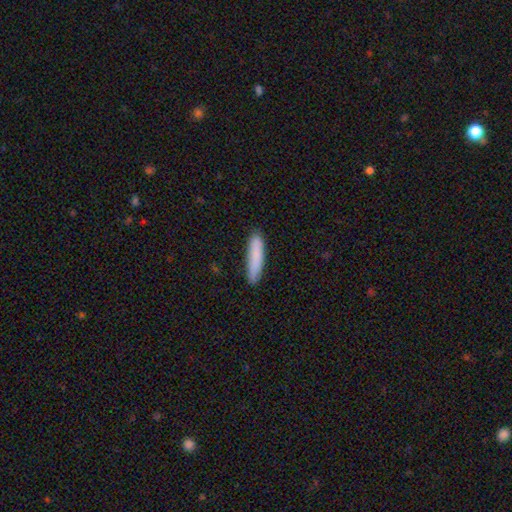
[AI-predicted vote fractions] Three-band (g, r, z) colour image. It shows a smooth galaxy with no disk features (85%) that is cigar-shaped (85%). Merging: none (86%).